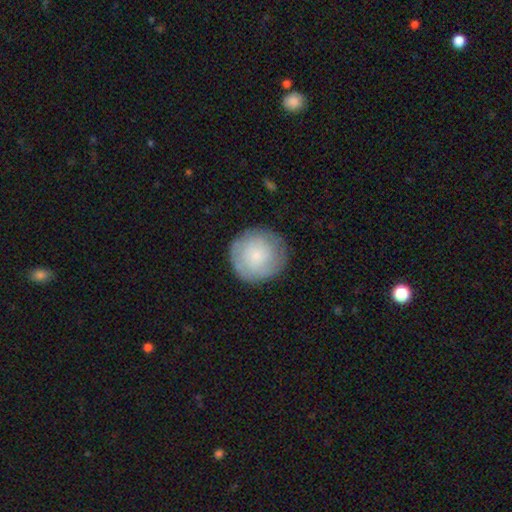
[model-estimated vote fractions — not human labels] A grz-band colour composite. It shows a smooth galaxy with no disk features (65%) that is round (93%). Merging: none (82%).